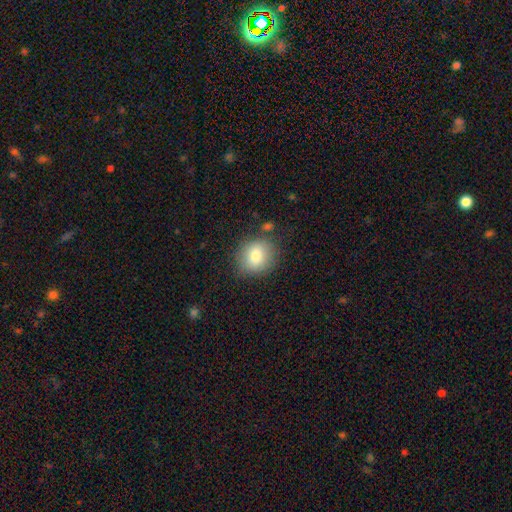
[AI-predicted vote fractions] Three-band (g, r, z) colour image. It shows a smooth galaxy with no disk features (81%) that is round (72%). Merging: none (80%).